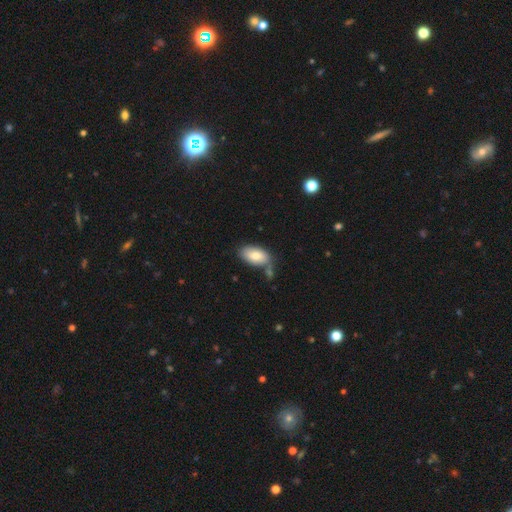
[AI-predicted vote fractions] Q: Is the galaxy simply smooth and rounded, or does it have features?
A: smooth — 80%.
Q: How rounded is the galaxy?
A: in between — 94%.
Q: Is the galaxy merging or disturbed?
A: none — 63%.